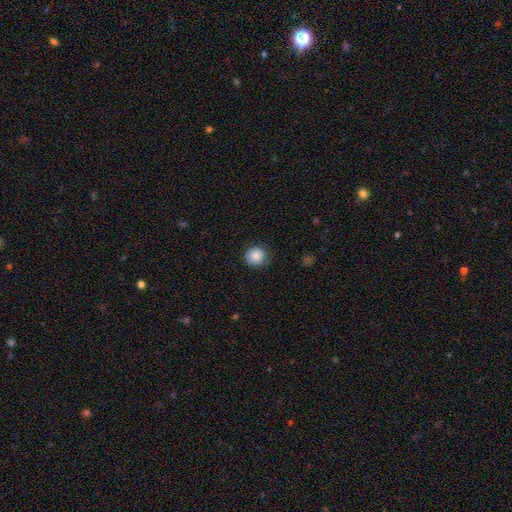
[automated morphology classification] smooth 86%, star or artifact 9%, featured or disk 5%. Down the decision tree: how rounded — round (92%); merging — none (85%).